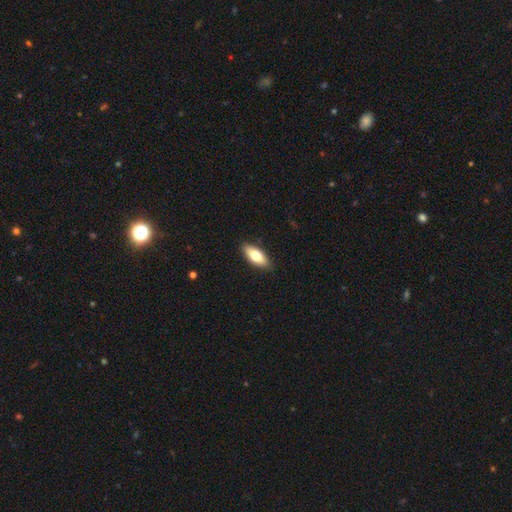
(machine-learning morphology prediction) smooth_or_featured: smooth (p=0.72) [alt: featured or disk p=0.22]
how_rounded: in between (p=0.79) [alt: cigar-shaped p=0.18]
merging: none (p=0.88) [alt: minor disturbance p=0.09]